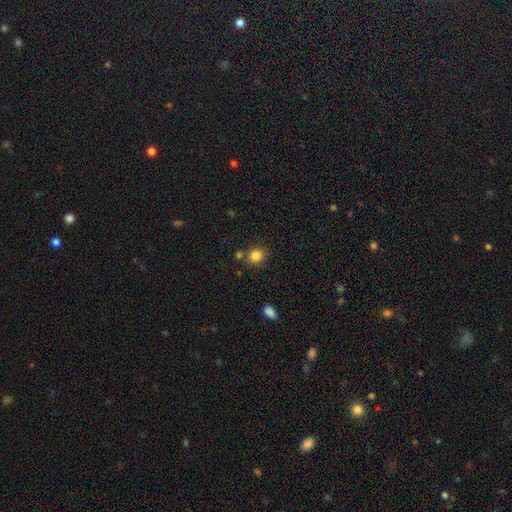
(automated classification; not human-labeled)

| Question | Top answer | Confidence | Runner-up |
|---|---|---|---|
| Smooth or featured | smooth | 83% | star or artifact (11%) |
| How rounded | round | 79% | in between (21%) |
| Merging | none | 76% | minor disturbance (10%) |